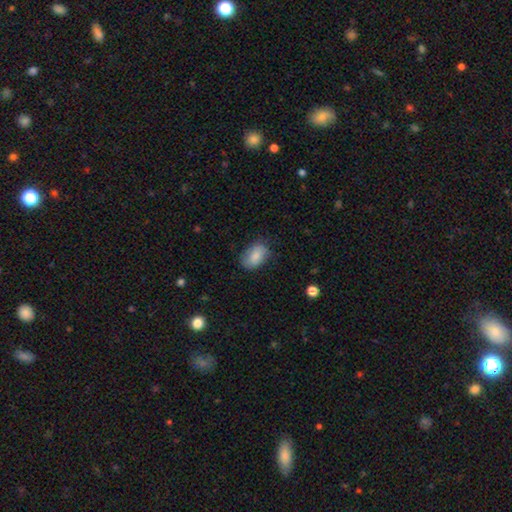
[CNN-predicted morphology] Smooth or featured?
  - smooth: 84% *
  - featured or disk: 10%
  - star or artifact: 7%
How rounded?
  - in between: 88% *
  - round: 11%
  - cigar-shaped: 1%
Merging?
  - none: 73% *
  - minor disturbance: 21%
  - major disturbance: 5%
  - merger: 1%